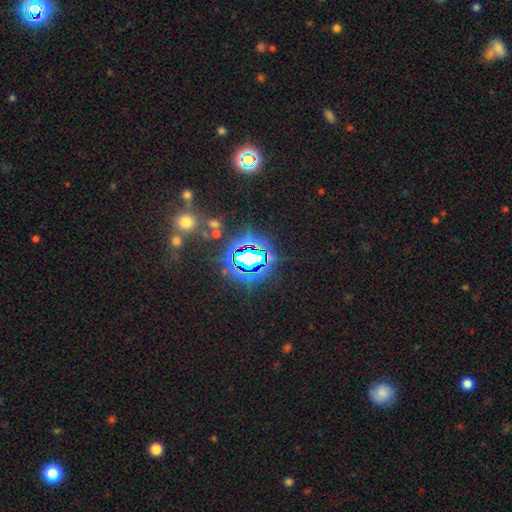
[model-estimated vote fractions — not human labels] A star or artifact, not a galaxy (76%).